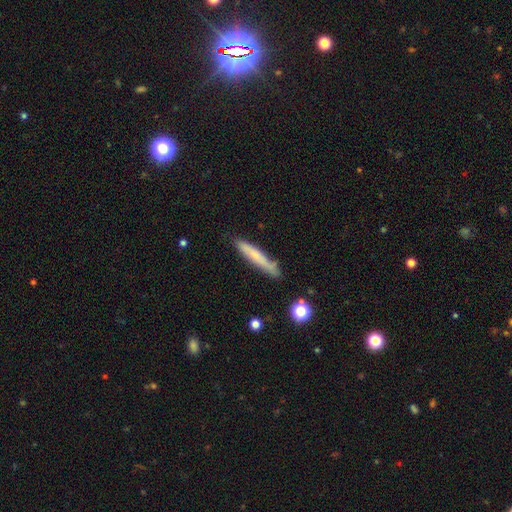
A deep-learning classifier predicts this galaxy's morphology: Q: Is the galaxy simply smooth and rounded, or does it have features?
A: smooth — 61%.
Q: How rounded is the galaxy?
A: cigar-shaped — 92%.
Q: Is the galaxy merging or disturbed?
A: none — 75%.